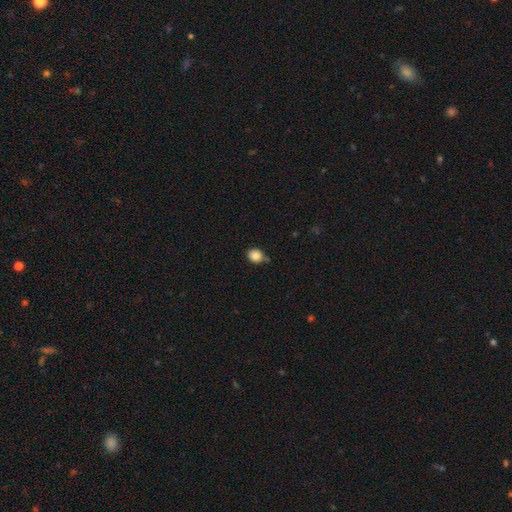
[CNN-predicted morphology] This is clearly a smooth galaxy (84%). How rounded: likely round (63%). Merging: likely none (70%).